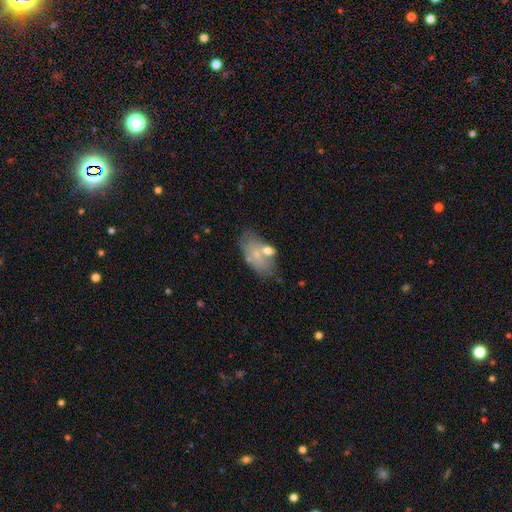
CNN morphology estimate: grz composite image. It shows a smooth galaxy with no disk features (61%) that is in between round and cigar-shaped (91%). Merging: none (50%).